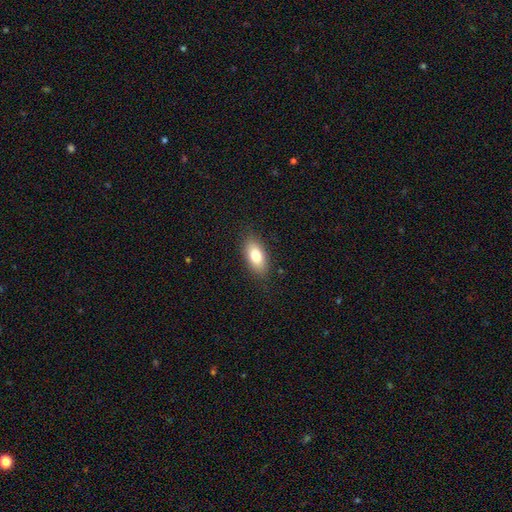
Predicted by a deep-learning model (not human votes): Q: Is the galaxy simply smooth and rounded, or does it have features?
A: smooth — 78%.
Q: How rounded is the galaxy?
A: in between — 88%.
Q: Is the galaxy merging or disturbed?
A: none — 85%.